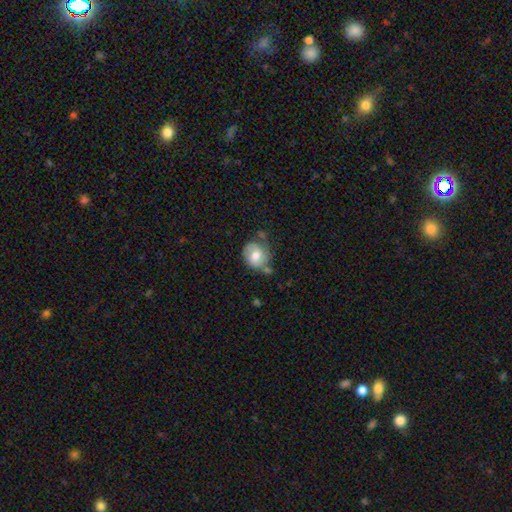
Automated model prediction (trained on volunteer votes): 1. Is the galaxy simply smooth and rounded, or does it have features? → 47% featured or disk, 45% smooth, 8% star or artifact.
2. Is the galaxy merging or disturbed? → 50% none, 28% minor disturbance, 12% major disturbance, 10% merger.